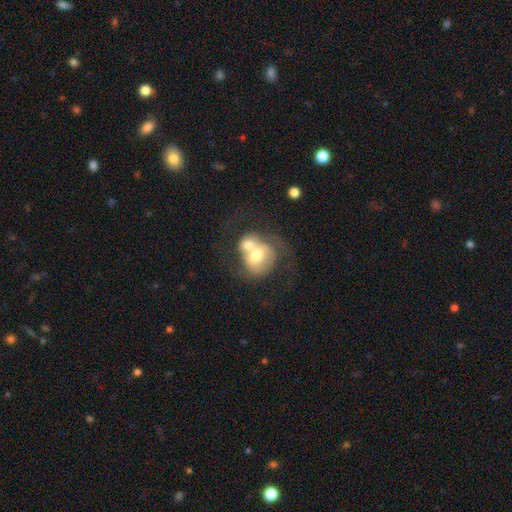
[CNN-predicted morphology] A smooth galaxy with no disk features (47%). Merging: merger (67%).